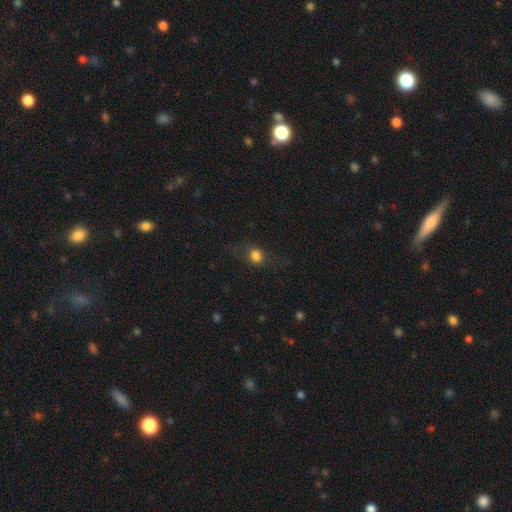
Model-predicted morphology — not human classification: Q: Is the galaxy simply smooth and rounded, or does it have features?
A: smooth — 71%.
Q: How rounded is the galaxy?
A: round — 49%.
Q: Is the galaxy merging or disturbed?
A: none — 66%.